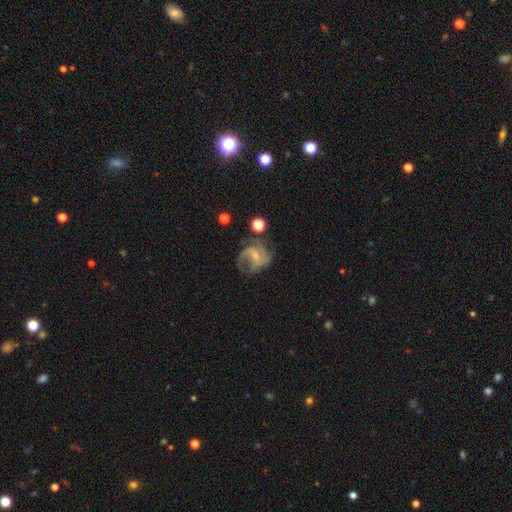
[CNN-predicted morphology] smooth-or-featured: featured or disk: 84% | smooth: 9% | star or artifact: 7%
  disk-edge-on: no: 98% | yes: 2%
    bar: weak: 46% | no: 40% | strong: 14%
    has-spiral-arms: yes: 95% | no: 5%
      spiral-winding: medium: 52% | loose: 24% | tight: 24%
      spiral-arm-count: 2: 41% | 3: 31% | can't tell: 13% | 1: 6% | 4: 5% | more than 4: 4%
    bulge-size: small: 63% | moderate: 31% | none: 4% | large: 1% | dominant: 1%
  merging: none: 57% | minor disturbance: 22% | major disturbance: 18% | merger: 3%